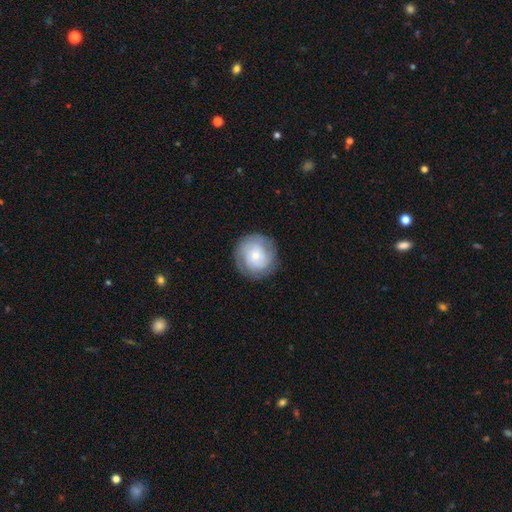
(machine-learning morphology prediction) A featured or disk galaxy (58%) with no bar (77%), spiral arms (86%) and a small central bulge (61%). Merging: none (83%).